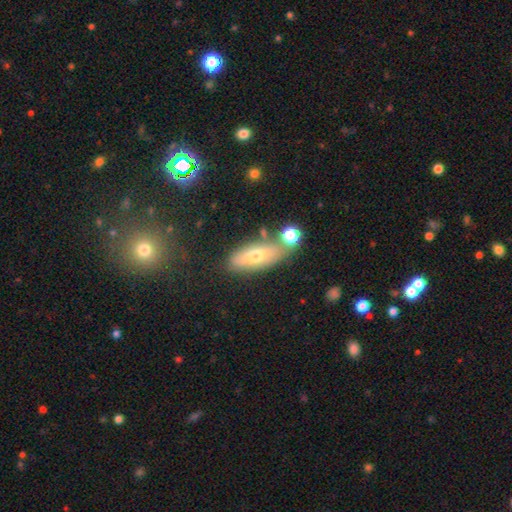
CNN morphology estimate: This is possibly a smooth galaxy (58%). How rounded: likely in between (72%). Merging: likely none (61%).